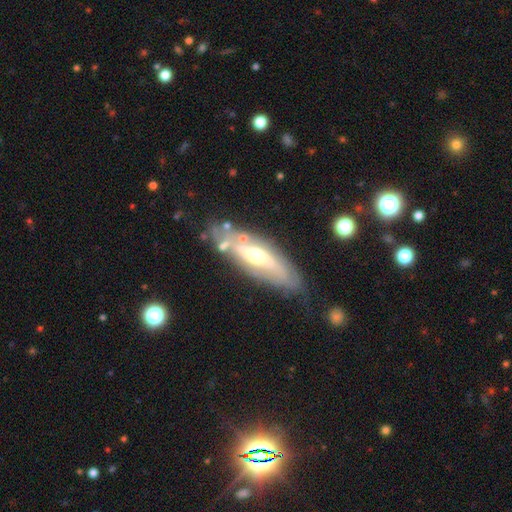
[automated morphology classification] Smooth or featured? featured or disk (69%)
Edge-on disk? no (67%)
Merging? none (72%)